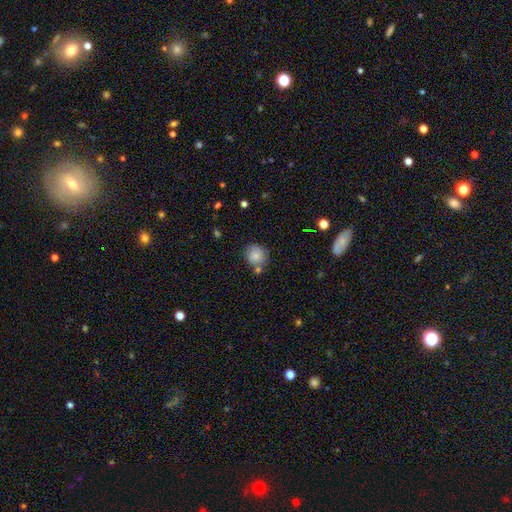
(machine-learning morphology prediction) Smooth or featured? Predicted: smooth (p=0.83). How rounded? Predicted: round (p=0.85). Merging? Predicted: none (p=0.65).